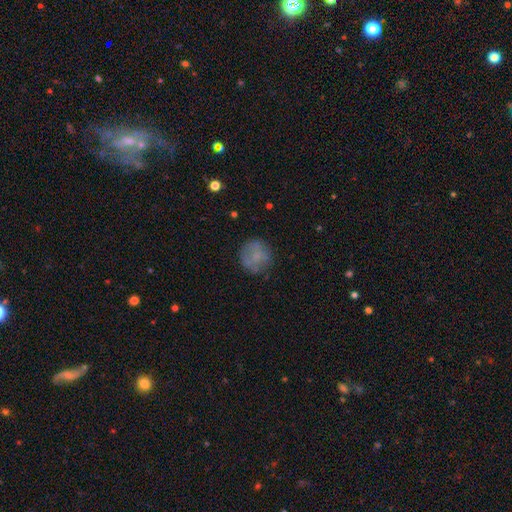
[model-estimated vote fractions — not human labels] This is likely a smooth galaxy (66%). How rounded: clearly round (89%). Merging: likely none (73%).